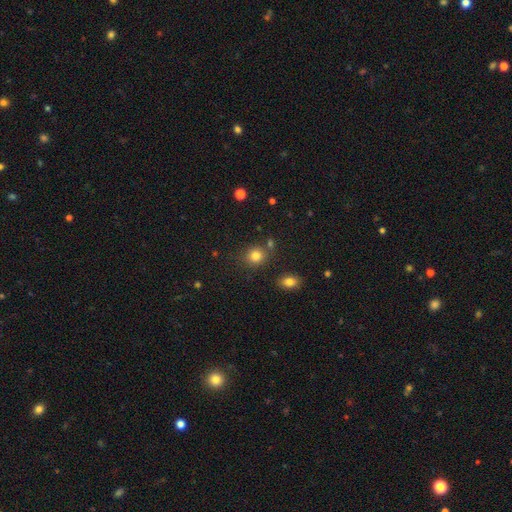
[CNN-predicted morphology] Smooth or featured?
  - smooth: 82% *
  - star or artifact: 12%
  - featured or disk: 6%
How rounded?
  - round: 78% *
  - in between: 21%
  - cigar-shaped: 1%
Merging?
  - none: 76% *
  - minor disturbance: 11%
  - merger: 9%
  - major disturbance: 4%